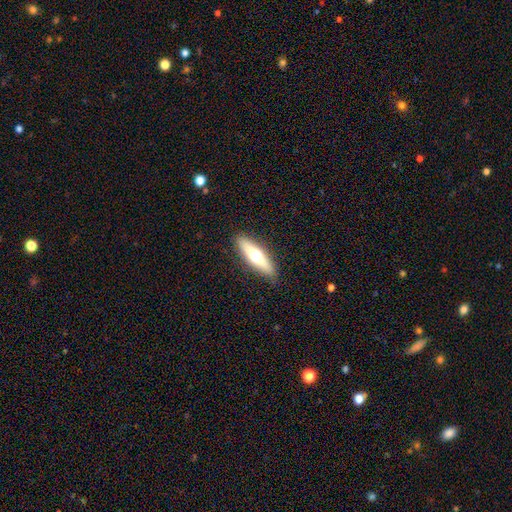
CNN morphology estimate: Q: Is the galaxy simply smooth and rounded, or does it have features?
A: smooth — 51%.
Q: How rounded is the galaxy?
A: cigar-shaped — 66%.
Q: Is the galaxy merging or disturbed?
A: none — 88%.